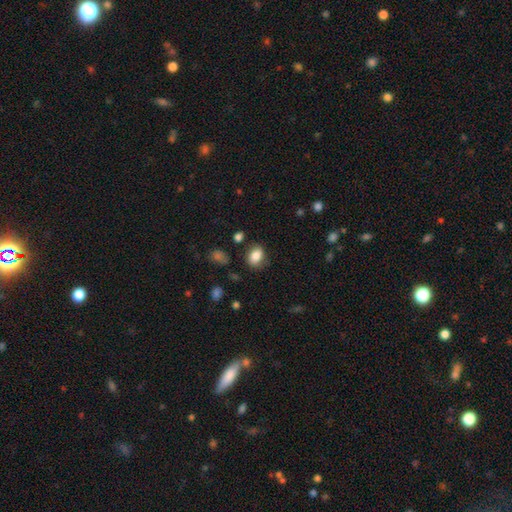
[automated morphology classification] Overall: smooth (83%). How rounded: in between (67%; round 32%). Merging: none (72%).